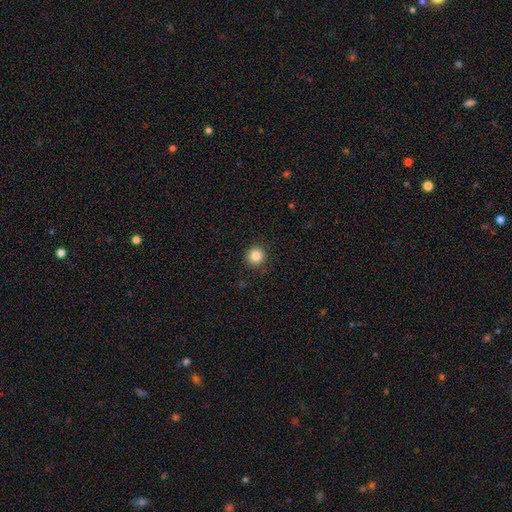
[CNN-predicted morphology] Smooth or featured? smooth (85%)
How rounded? round (93%)
Merging? none (90%)